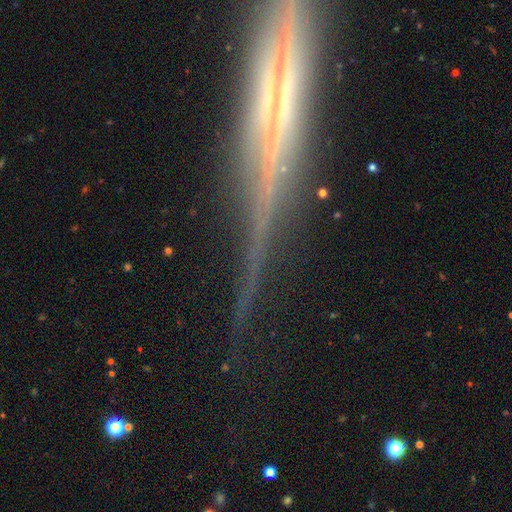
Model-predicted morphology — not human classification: Overall: featured or disk (51%; star or artifact 37%). Edge-on disk: yes (86%). Merging: none (80%).